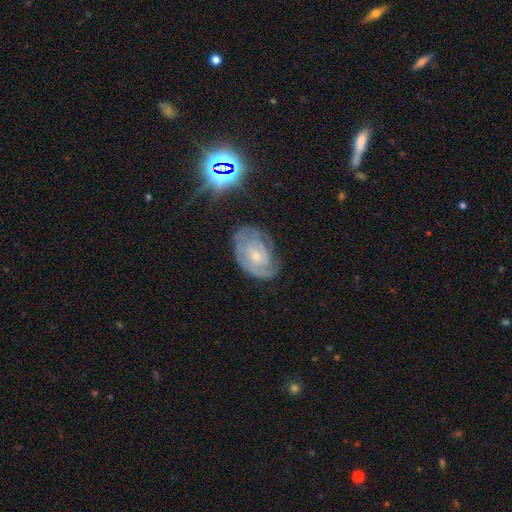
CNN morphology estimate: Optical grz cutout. It shows a featured or disk galaxy (71%) with no bar (68%), tight (64%) spiral arms (85%) and a small central bulge (58%). Merging: none (61%).